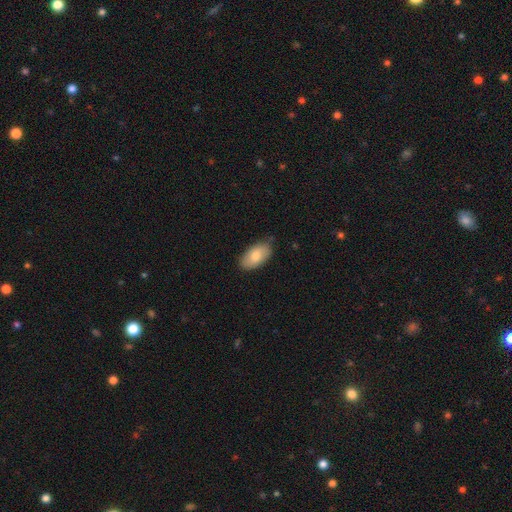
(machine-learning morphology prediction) smooth 79%, featured or disk 15%, star or artifact 6%. Down the decision tree: how rounded — in between (95%); merging — none (81%).